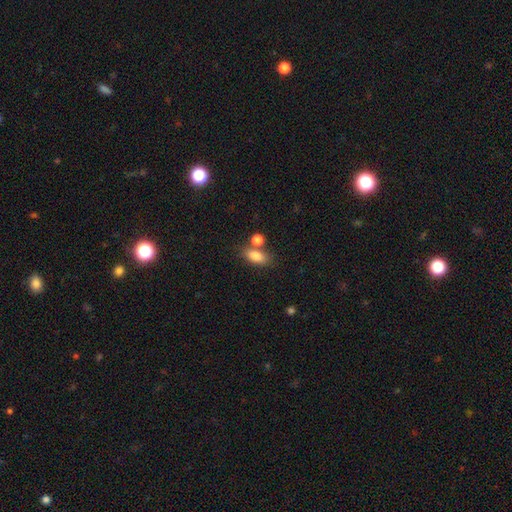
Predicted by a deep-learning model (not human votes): This is clearly a smooth galaxy (82%). How rounded: clearly in between (83%). Merging: likely none (63%).